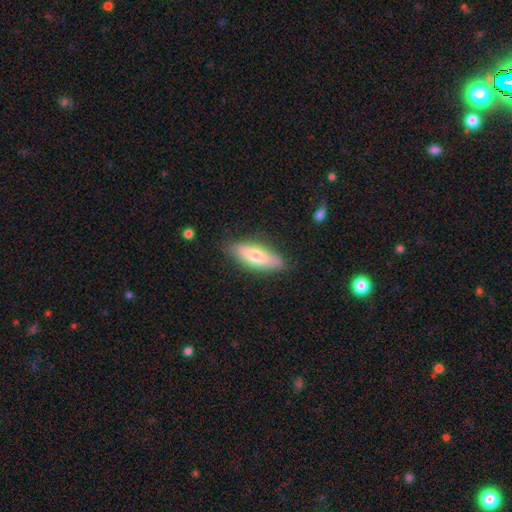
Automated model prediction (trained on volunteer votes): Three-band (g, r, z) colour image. It shows a smooth galaxy with no disk features (66%) that is in between round and cigar-shaped (61%). Merging: none (83%).